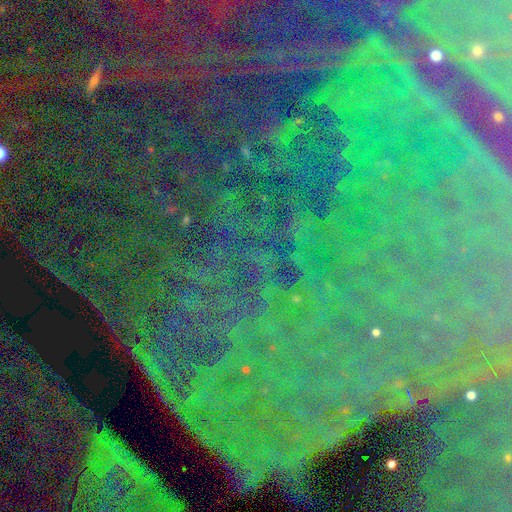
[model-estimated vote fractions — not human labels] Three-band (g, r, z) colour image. It shows a star or artifact, not a galaxy (84%).